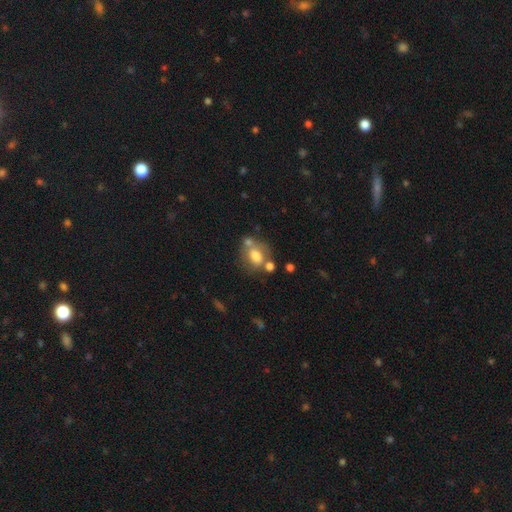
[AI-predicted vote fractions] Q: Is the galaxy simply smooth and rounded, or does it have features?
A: smooth — 67%.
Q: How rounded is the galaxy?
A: in between — 55%.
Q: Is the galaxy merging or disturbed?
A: none — 46%.